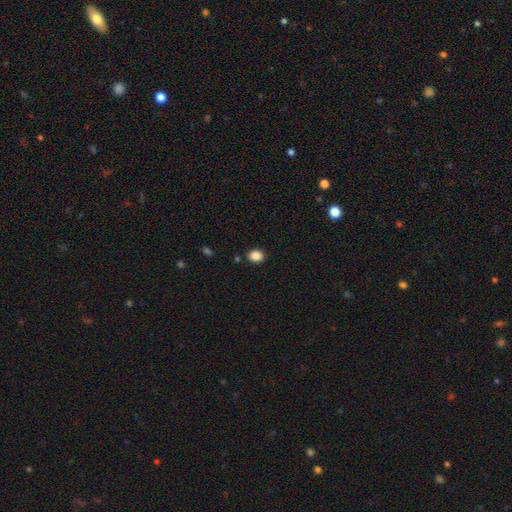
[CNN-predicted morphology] Q: Smooth or featured?
A: smooth (86%); runner-up: star or artifact (10%)
Q: How rounded?
A: round (51%); runner-up: in between (48%)
Q: Merging?
A: none (88%); runner-up: minor disturbance (8%)